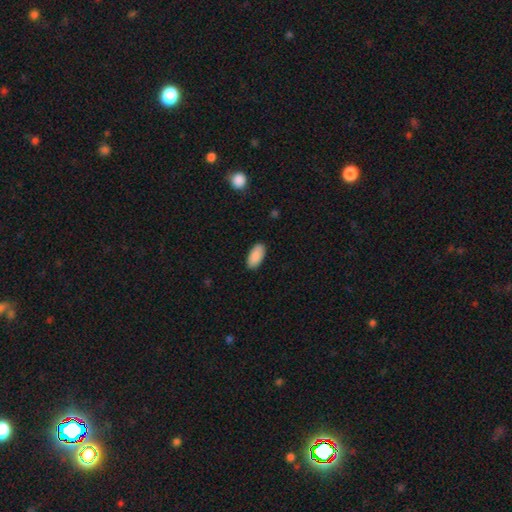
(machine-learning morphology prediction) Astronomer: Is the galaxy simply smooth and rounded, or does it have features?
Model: smooth — 90%.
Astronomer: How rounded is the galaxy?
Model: in between — 94%.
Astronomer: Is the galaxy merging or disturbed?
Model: none — 89%.